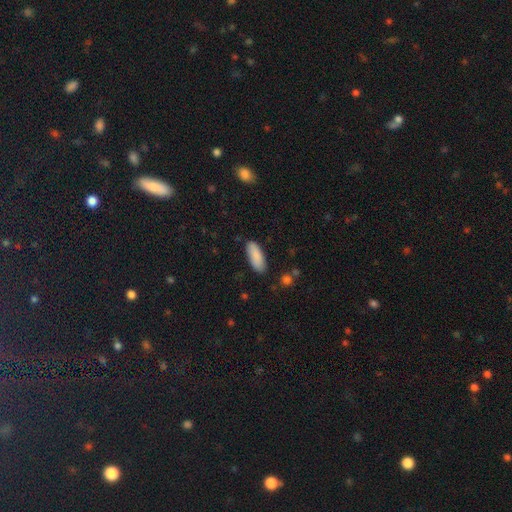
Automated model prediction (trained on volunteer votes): smooth_or_featured: smooth (p=0.89) [alt: star or artifact p=0.06]
how_rounded: in between (p=0.75) [alt: cigar-shaped p=0.23]
merging: none (p=0.85) [alt: minor disturbance p=0.11]